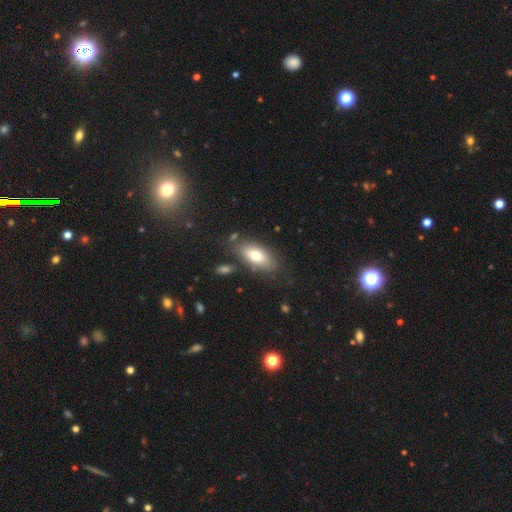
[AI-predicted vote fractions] smooth 74%, featured or disk 19%, star or artifact 7%. Down the decision tree: how rounded — in between (89%); merging — none (76%).